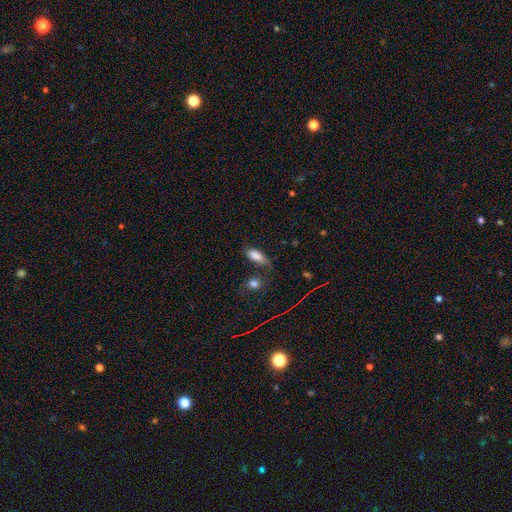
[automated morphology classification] A smooth galaxy with no disk features (80%) that is in between round and cigar-shaped (76%).

Vote fractions:
- Smooth or featured? smooth: 80% / featured or disk: 11% / star or artifact: 10%
- How rounded? in between: 76% / cigar-shaped: 20% / round: 4%
- Merging? none: 50% / minor disturbance: 27% / major disturbance: 12% / merger: 11%